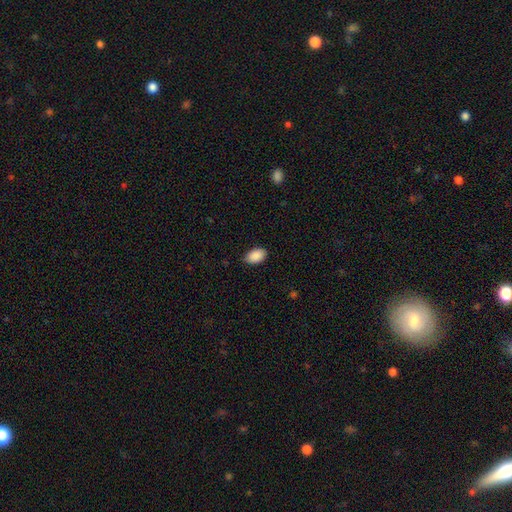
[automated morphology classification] Smooth or featured?
  - smooth: 90% *
  - star or artifact: 7%
  - featured or disk: 3%
How rounded?
  - in between: 92% *
  - round: 7%
  - cigar-shaped: 1%
Merging?
  - none: 83% *
  - minor disturbance: 14%
  - major disturbance: 2%
  - merger: 1%